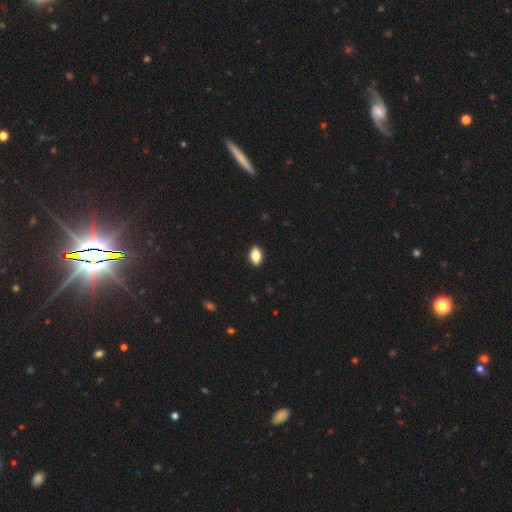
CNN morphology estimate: Smooth or featured?
  - smooth: 84% *
  - star or artifact: 8%
  - featured or disk: 7%
How rounded?
  - in between: 88% *
  - round: 10%
  - cigar-shaped: 2%
Merging?
  - none: 91% *
  - minor disturbance: 7%
  - major disturbance: 2%
  - merger: 1%